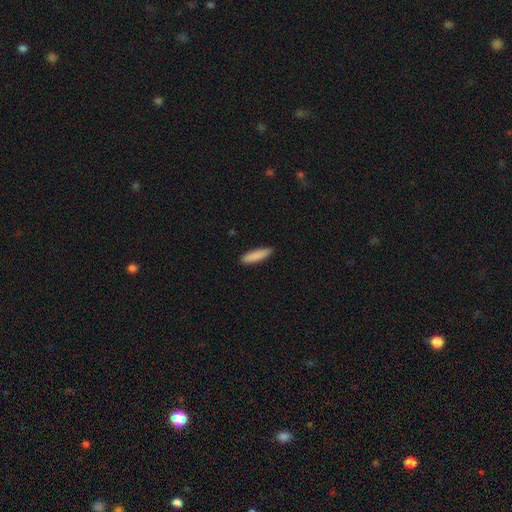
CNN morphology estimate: This appears to be a smooth galaxy with no disk features (88%) that is cigar-shaped (73%). Merging: none (89%).